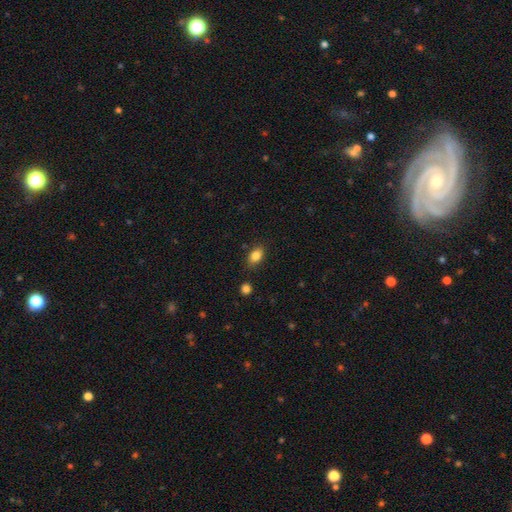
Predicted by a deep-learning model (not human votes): Smooth or featured? Predicted: smooth (p=0.85). How rounded? Predicted: in between (p=0.85). Merging? Predicted: none (p=0.83).